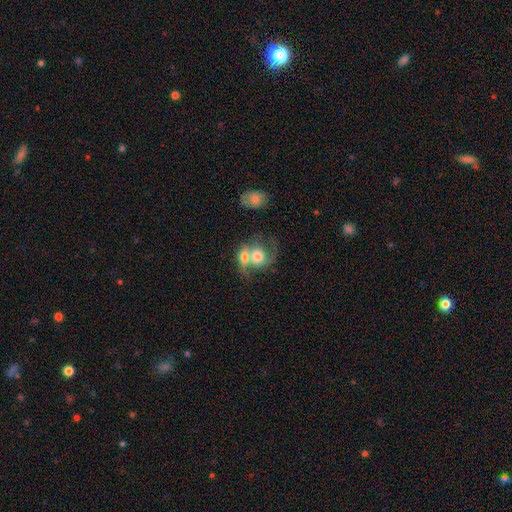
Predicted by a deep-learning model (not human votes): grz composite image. It shows a featured or disk galaxy (47%). Merging: merger (70%).